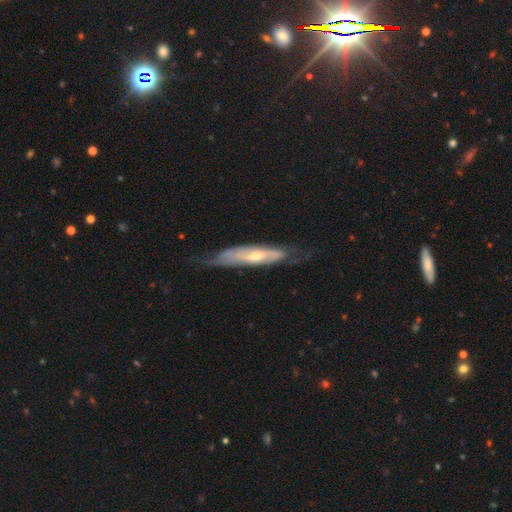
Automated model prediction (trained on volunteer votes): Q: Smooth or featured?
A: featured or disk (67%); runner-up: smooth (27%)
Q: Edge-on disk?
A: no (52%); runner-up: yes (48%)
Q: Merging?
A: none (56%); runner-up: minor disturbance (28%)